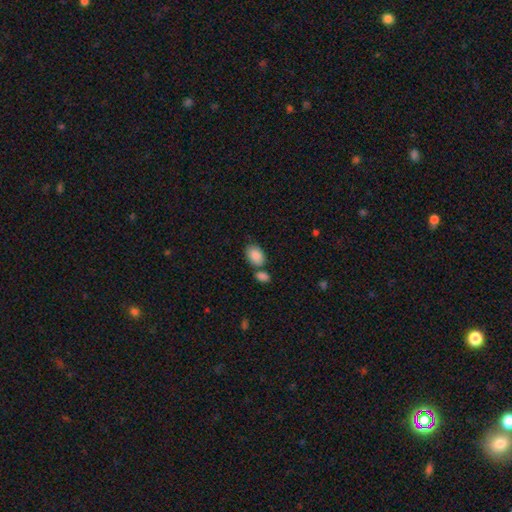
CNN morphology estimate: This is clearly a smooth galaxy (88%). How rounded: clearly in between (83%). Merging: possibly none (56%).